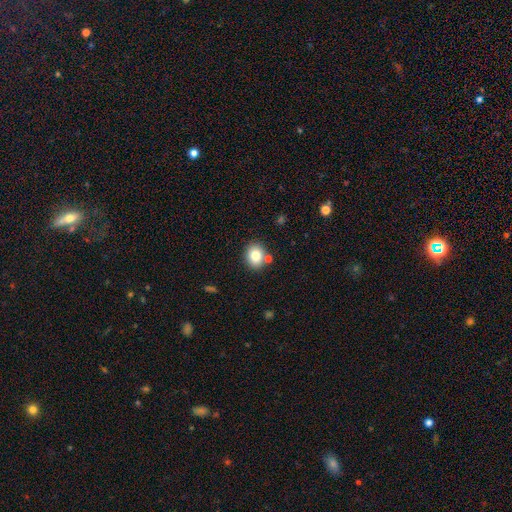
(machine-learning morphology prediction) Smooth or featured?
  - smooth: 81% *
  - star or artifact: 10%
  - featured or disk: 9%
How rounded?
  - round: 61% *
  - in between: 38%
  - cigar-shaped: 1%
Merging?
  - none: 78% *
  - minor disturbance: 10%
  - merger: 9%
  - major disturbance: 3%